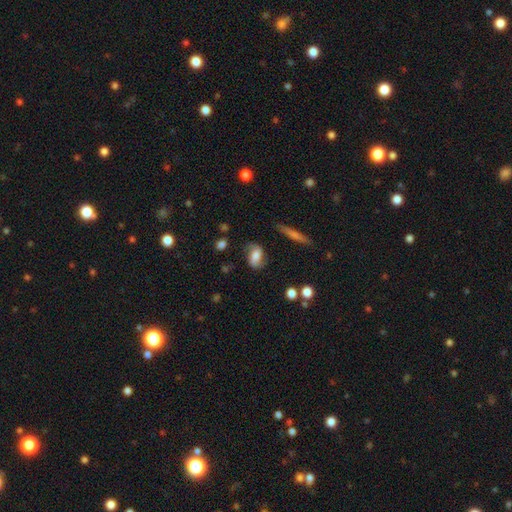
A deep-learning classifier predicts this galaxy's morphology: This appears to be a smooth galaxy with no disk features (49%). Merging: none (71%).